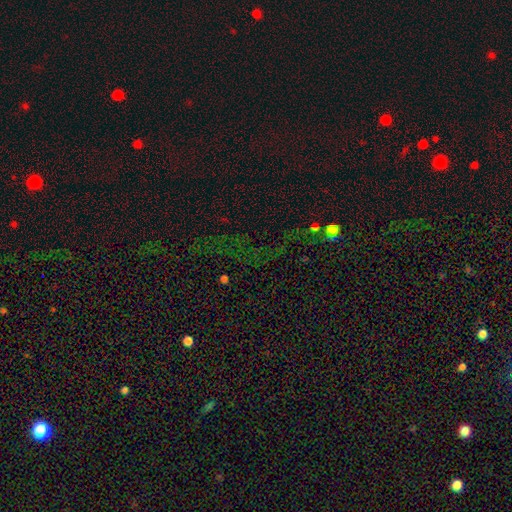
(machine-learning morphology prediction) type=star or artifact (74%).